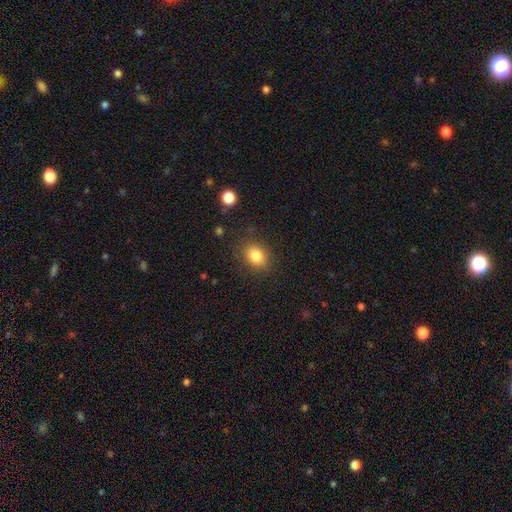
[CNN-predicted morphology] Smooth or featured: smooth — 84% (star or artifact — 10%)
How rounded: in between — 58% (round — 41%)
Merging: none — 84% (minor disturbance — 11%)